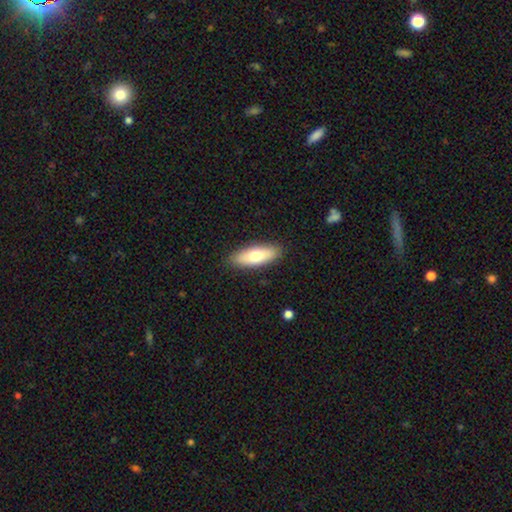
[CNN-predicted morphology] The model was most divided on "how rounded": in between: 68%, cigar-shaped: 30%, round: 2%. More confident: merging — none (89%); smooth or featured — smooth (69%).